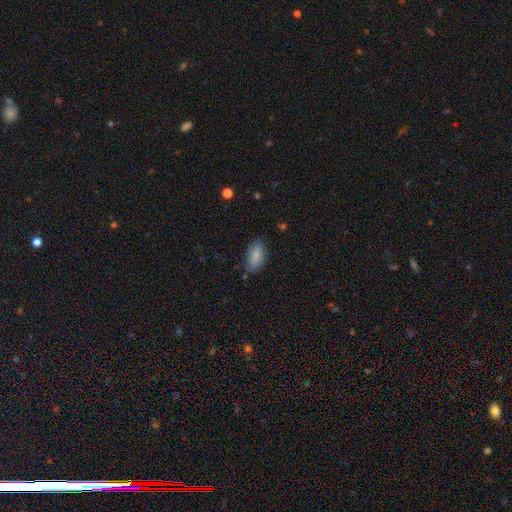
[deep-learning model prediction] smooth-or-featured: smooth: 84% | featured or disk: 9% | star or artifact: 7%
  how-rounded: in between: 90% | cigar-shaped: 6% | round: 4%
  merging: none: 73% | minor disturbance: 21% | major disturbance: 4% | merger: 2%